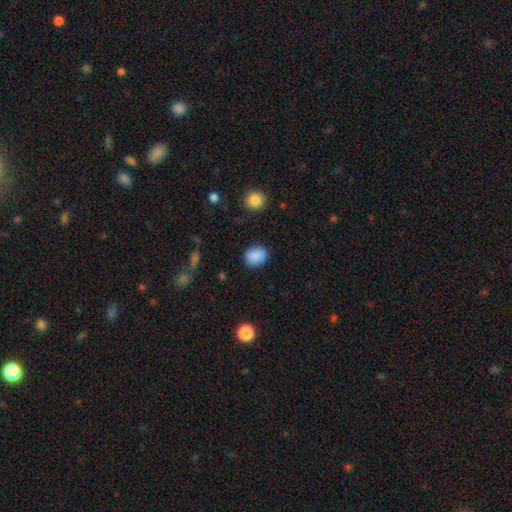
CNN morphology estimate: The model was most divided on "how rounded": in between: 53%, round: 46%, cigar-shaped: 1%. More confident: smooth or featured — smooth (87%); merging — none (82%).